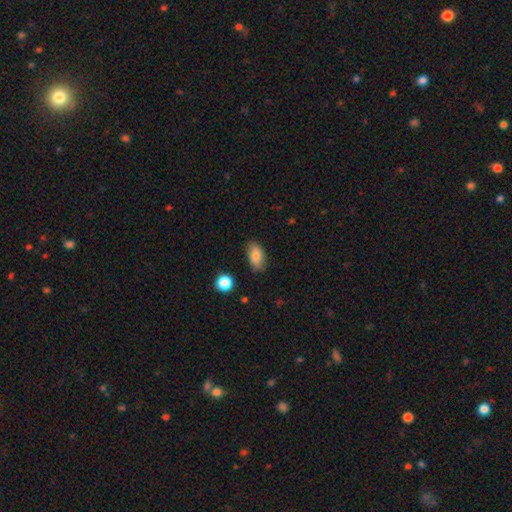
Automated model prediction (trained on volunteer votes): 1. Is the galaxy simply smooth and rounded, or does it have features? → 83% smooth, 9% featured or disk, 8% star or artifact.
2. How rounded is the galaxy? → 91% in between, 5% round, 4% cigar-shaped.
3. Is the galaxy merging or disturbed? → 81% none, 14% minor disturbance, 3% major disturbance, 2% merger.